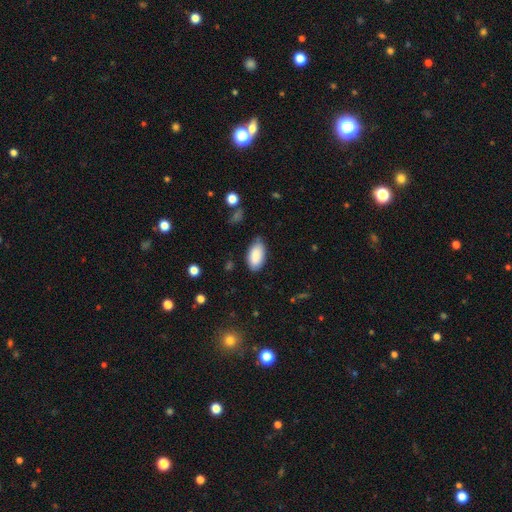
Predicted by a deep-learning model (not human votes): smooth-or-featured: smooth: 87% | featured or disk: 7% | star or artifact: 6%
  how-rounded: in between: 95% | round: 3% | cigar-shaped: 2%
  merging: none: 77% | minor disturbance: 18% | major disturbance: 4% | merger: 2%